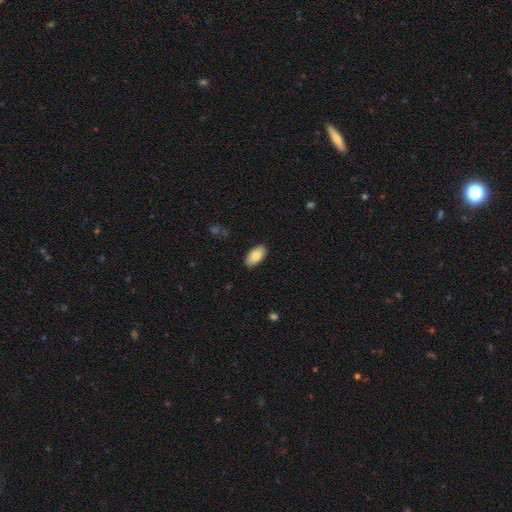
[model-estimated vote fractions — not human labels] smooth 85%, featured or disk 8%, star or artifact 6%. Down the decision tree: how rounded — in between (94%); merging — none (89%).